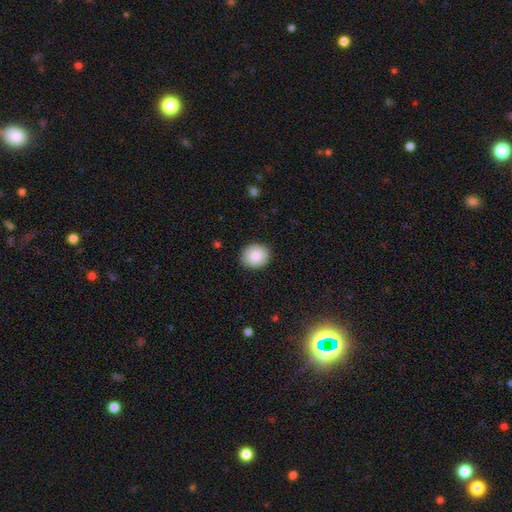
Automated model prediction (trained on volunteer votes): Overall: smooth (84%). How rounded: round (70%). Merging: none (87%).